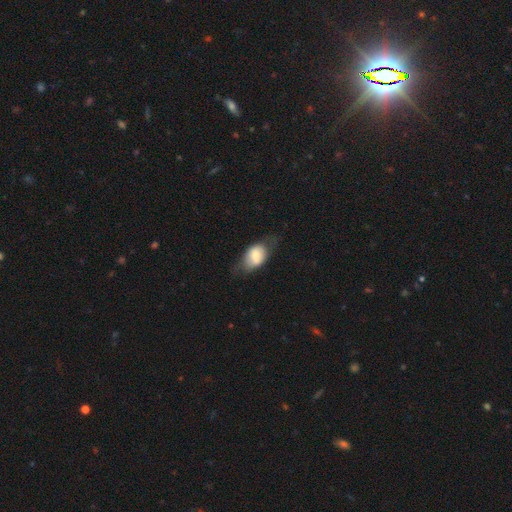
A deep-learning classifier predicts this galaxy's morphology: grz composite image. It shows a smooth galaxy with no disk features (62%) that is in between round and cigar-shaped (80%). Merging: none (59%).